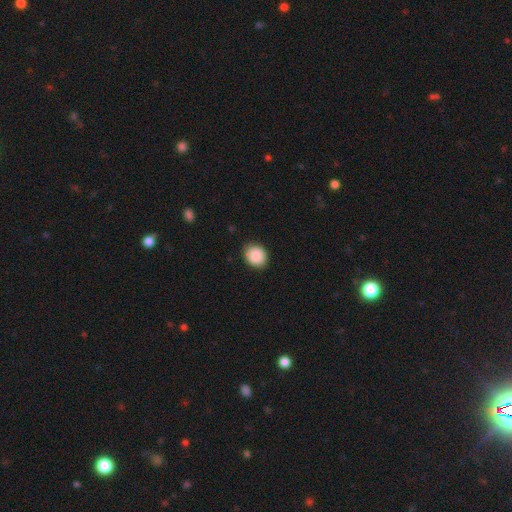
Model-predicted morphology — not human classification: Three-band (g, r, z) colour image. It shows a smooth galaxy with no disk features (89%) that is round (69%). Merging: none (86%).